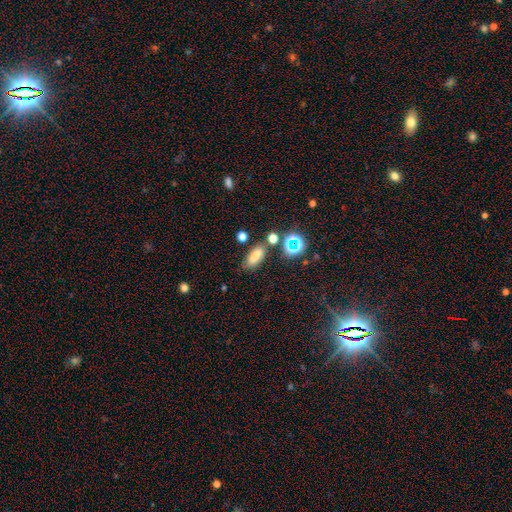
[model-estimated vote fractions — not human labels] This is likely a smooth galaxy (69%). How rounded: likely in between (76%). Merging: likely none (69%).